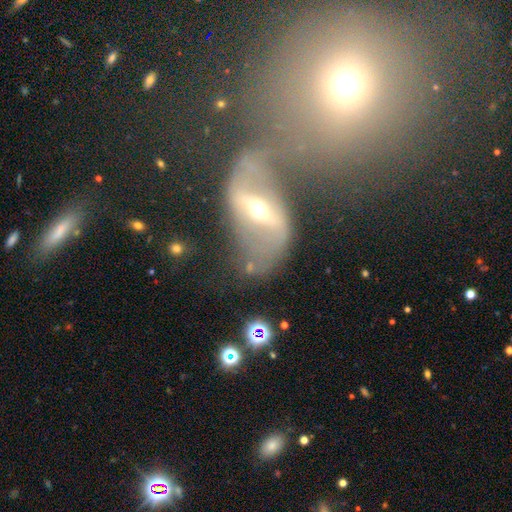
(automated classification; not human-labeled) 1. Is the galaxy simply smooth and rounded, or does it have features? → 77% featured or disk, 13% smooth, 10% star or artifact.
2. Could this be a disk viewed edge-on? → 90% no, 10% yes.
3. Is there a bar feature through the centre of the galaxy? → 56% strong, 30% weak, 15% no.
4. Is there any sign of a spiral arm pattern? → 73% yes, 27% no.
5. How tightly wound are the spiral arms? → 63% loose, 25% medium, 12% tight.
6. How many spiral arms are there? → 85% 2, 8% can't tell, 3% 1, 1% 3, 1% 4, 1% more than 4.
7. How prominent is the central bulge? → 54% moderate, 39% small, 4% large, 2% none, 1% dominant.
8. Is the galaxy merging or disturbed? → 41% none, 24% merger, 20% major disturbance, 15% minor disturbance.